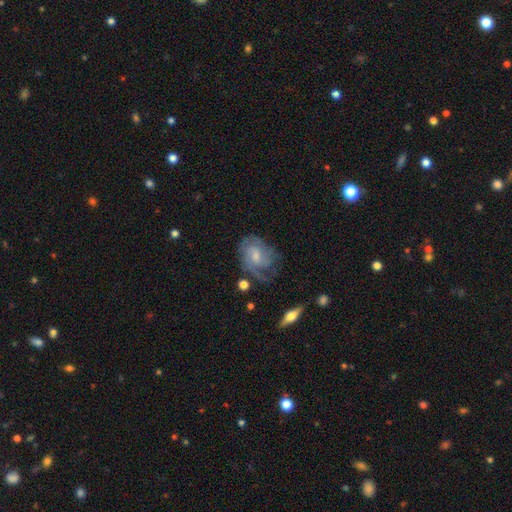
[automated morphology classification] Smooth or featured?
  - featured or disk: 70% *
  - smooth: 23%
  - star or artifact: 7%
Edge-on disk?
  - no: 97% *
  - yes: 3%
Bar?
  - no: 50% *
  - weak: 44%
  - strong: 6%
Spiral arms?
  - yes: 86% *
  - no: 14%
Spiral winding?
  - tight: 43% *
  - medium: 40%
  - loose: 17%
Spiral arm count?
  - can't tell: 39% *
  - 2: 24%
  - 3: 19%
  - 1: 8%
  - 4: 7%
  - more than 4: 4%
Bulge size?
  - small: 42% * (tied)
  - moderate: 42% * (tied)
  - none: 10%
  - large: 4%
  - dominant: 1%
Merging?
  - none: 50% *
  - minor disturbance: 25%
  - major disturbance: 21%
  - merger: 3%